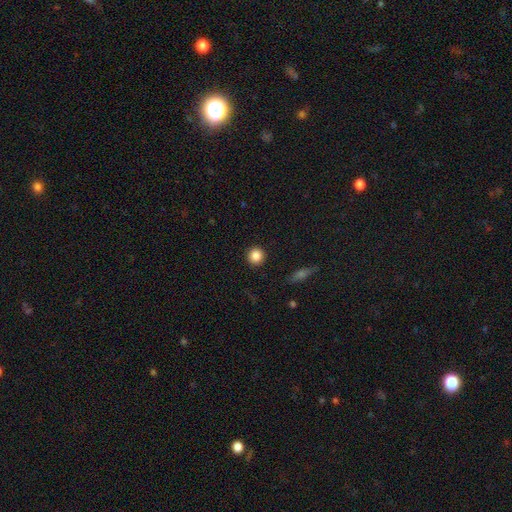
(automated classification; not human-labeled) Overall: smooth (85%). How rounded: round (95%). Merging: none (92%).